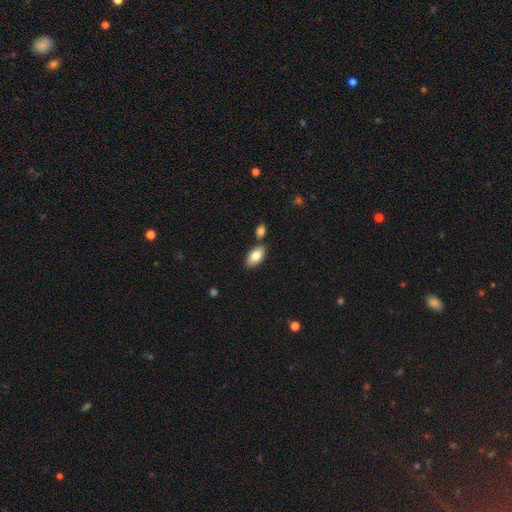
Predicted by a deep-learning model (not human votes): Smooth or featured? smooth (83%)
How rounded? in between (94%)
Merging? none (76%)